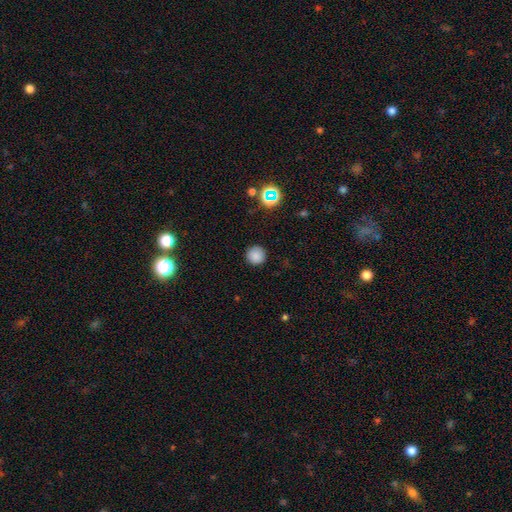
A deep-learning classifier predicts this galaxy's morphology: Q: Smooth or featured?
A: smooth (83%); runner-up: star or artifact (13%)
Q: How rounded?
A: round (95%); runner-up: in between (4%)
Q: Merging?
A: none (90%); runner-up: minor disturbance (6%)